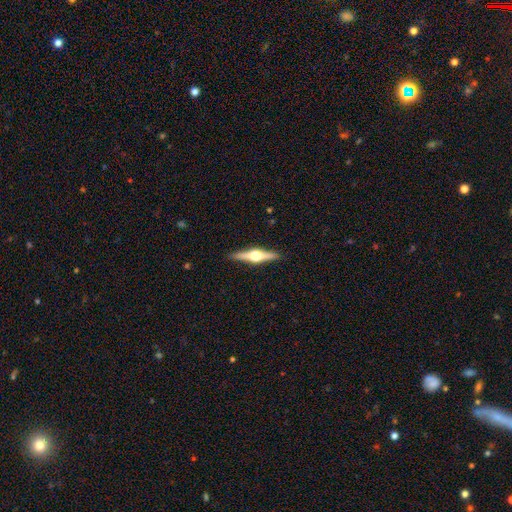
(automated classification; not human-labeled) smooth-or-featured: featured or disk: 79% | smooth: 16% | star or artifact: 5%
  disk-edge-on: yes: 98% | no: 2%
    edge-on-bulge: rounded: 96% | boxy: 3% | none: 1%
  merging: none: 92% | minor disturbance: 6% | major disturbance: 1% | merger: 1%